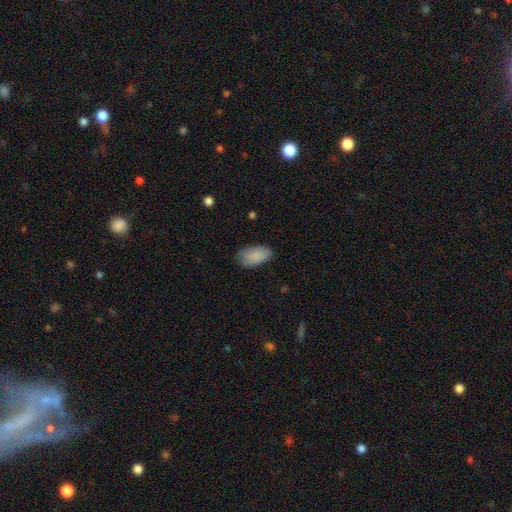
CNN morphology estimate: smooth_or_featured: smooth (p=0.86) [alt: featured or disk p=0.08]
how_rounded: in between (p=0.94) [alt: round p=0.03]
merging: none (p=0.76) [alt: minor disturbance p=0.19]